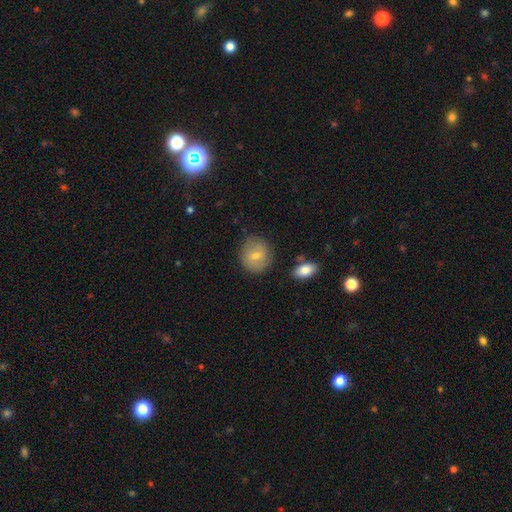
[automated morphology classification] Q: Smooth or featured?
A: smooth (65%); runner-up: featured or disk (28%)
Q: How rounded?
A: round (79%); runner-up: in between (20%)
Q: Merging?
A: none (76%); runner-up: minor disturbance (16%)